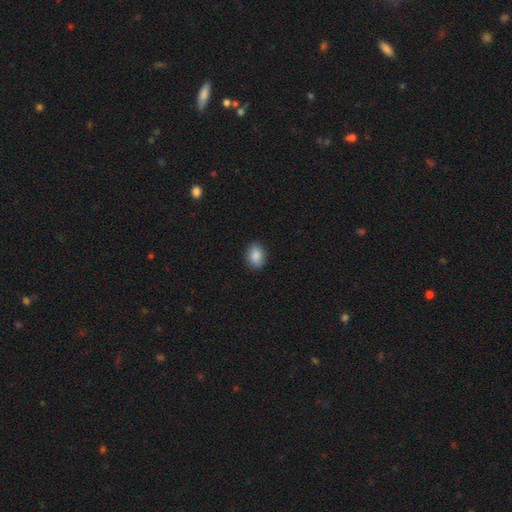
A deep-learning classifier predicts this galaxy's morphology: smooth 88%, star or artifact 8%, featured or disk 4%. Down the decision tree: how rounded — in between (74%); merging — none (88%).